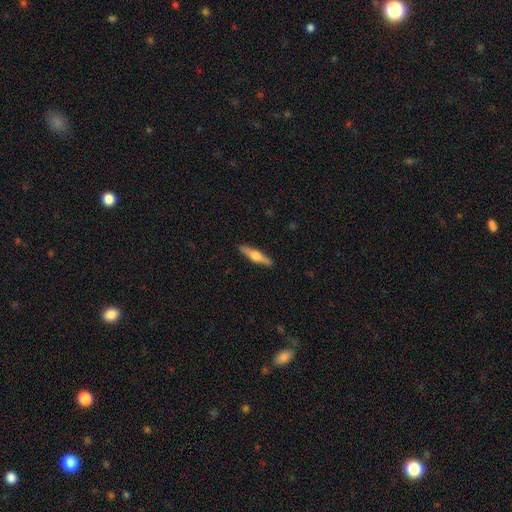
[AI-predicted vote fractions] Smooth or featured? featured or disk (56%)
Edge-on disk? yes (96%)
Edge-on bulge? rounded (92%)
Merging? none (91%)